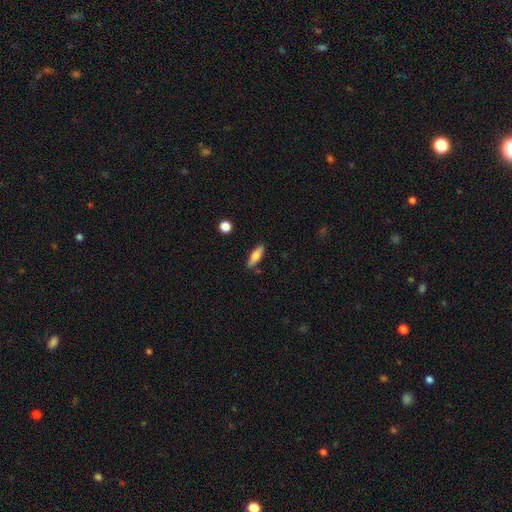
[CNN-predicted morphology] A smooth galaxy with no disk features (69%) that is in between round and cigar-shaped (50%).

Vote fractions:
- Smooth or featured? smooth: 69% / featured or disk: 24% / star or artifact: 7%
- How rounded? in between: 50% / cigar-shaped: 48% / round: 3%
- Merging? none: 84% / minor disturbance: 11% / major disturbance: 2% / merger: 2%